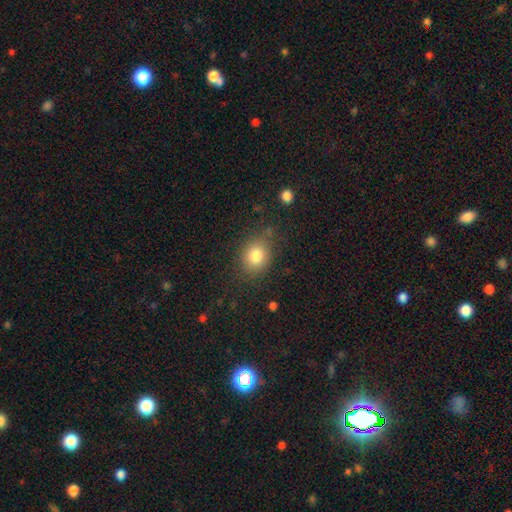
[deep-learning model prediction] Smooth or featured? Predicted: smooth (p=0.82). How rounded? Predicted: round (p=0.58). Merging? Predicted: none (p=0.77).